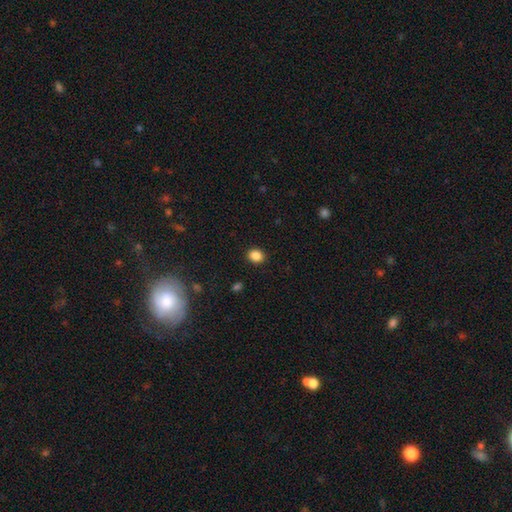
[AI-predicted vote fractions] Morphology: type=smooth (86%); roundness=round (67%); merging=none (90%).